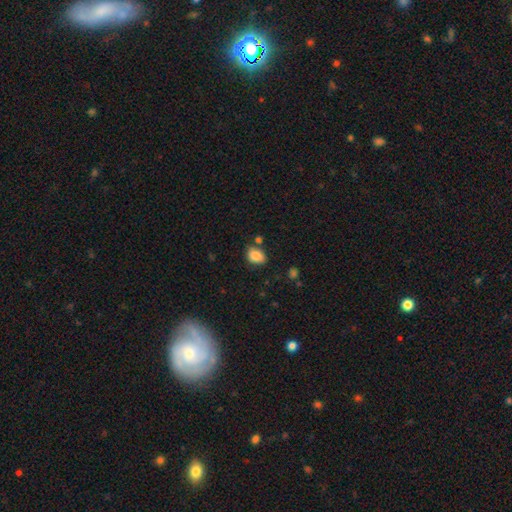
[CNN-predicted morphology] Smooth or featured? Predicted: smooth (p=0.86). How rounded? Predicted: in between (p=0.71). Merging? Predicted: none (p=0.73).